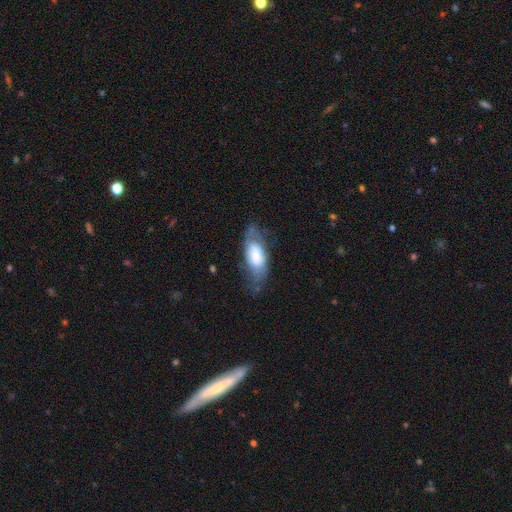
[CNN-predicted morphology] This appears to be a smooth galaxy with no disk features (48%). Merging: none (54%).